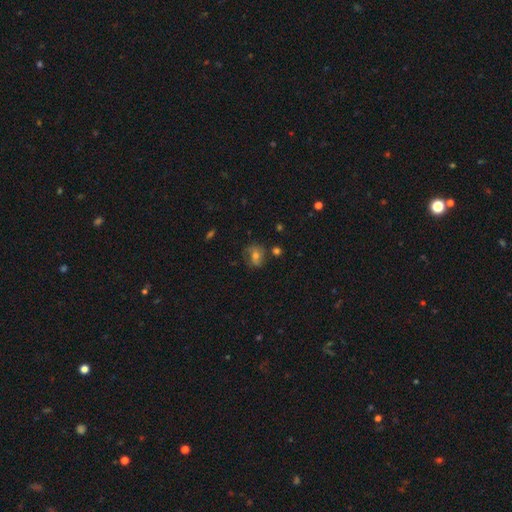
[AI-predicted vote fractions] smooth-or-featured: smooth: 47% | featured or disk: 39% | star or artifact: 14%
  merging: none: 59% | minor disturbance: 24% | major disturbance: 13% | merger: 4%